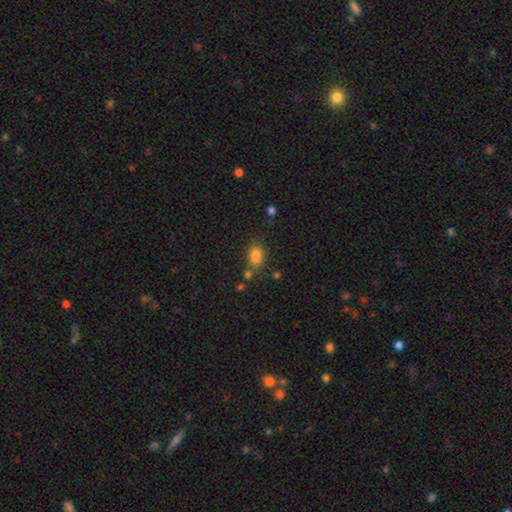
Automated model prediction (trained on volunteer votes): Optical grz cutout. It shows a smooth galaxy with no disk features (82%) that is in between round and cigar-shaped (77%). Merging: none (65%).